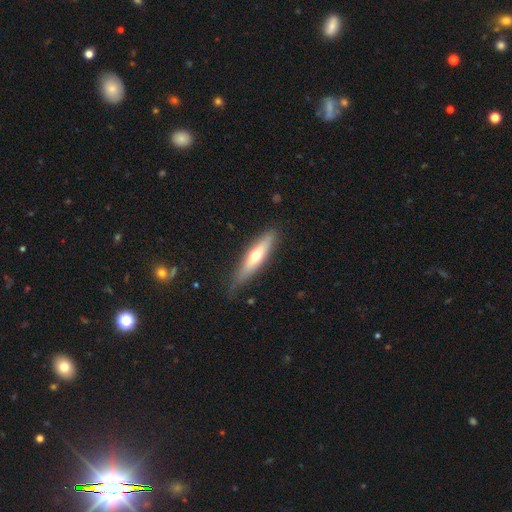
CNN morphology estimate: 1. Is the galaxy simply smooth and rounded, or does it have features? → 49% smooth, 45% featured or disk, 6% star or artifact.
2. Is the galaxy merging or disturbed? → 79% none, 16% minor disturbance, 4% major disturbance, 1% merger.